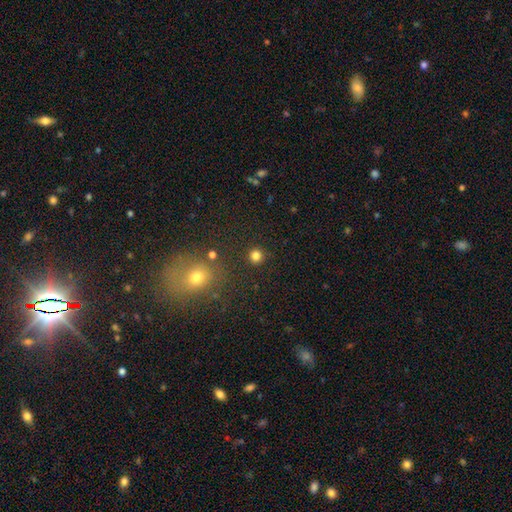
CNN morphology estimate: Smooth or featured? smooth (81%)
How rounded? round (94%)
Merging? none (90%)